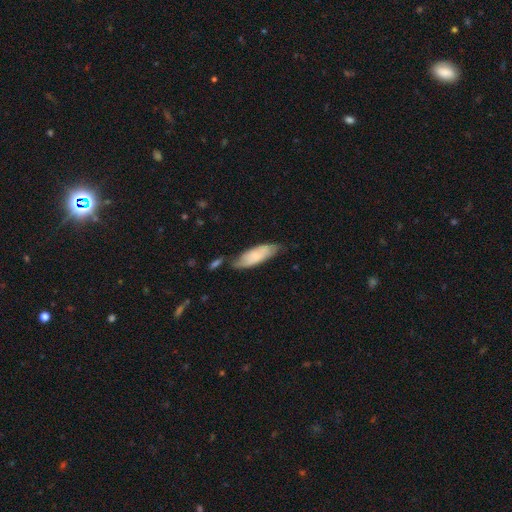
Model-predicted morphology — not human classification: Smooth or featured? Predicted: smooth (p=0.66). How rounded? Predicted: in between (p=0.62). Merging? Predicted: none (p=0.56).